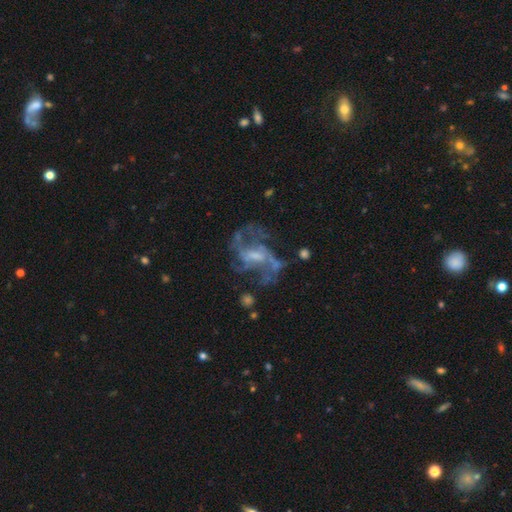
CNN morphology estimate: Smooth or featured? featured or disk (81%)
Edge-on disk? no (97%)
Bar? weak (47%)
Spiral arms? yes (83%)
Spiral winding? medium (44%)
Spiral arm count? 2 (36%)
Bulge size? moderate (37%)
Merging? none (51%)